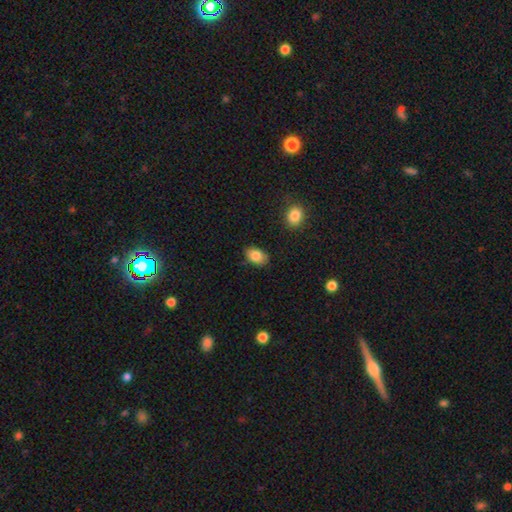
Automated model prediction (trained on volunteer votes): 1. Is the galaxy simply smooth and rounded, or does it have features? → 84% smooth, 8% featured or disk, 8% star or artifact.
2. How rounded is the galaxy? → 87% in between, 12% round, 1% cigar-shaped.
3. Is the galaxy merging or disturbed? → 84% none, 12% minor disturbance, 2% major disturbance, 2% merger.